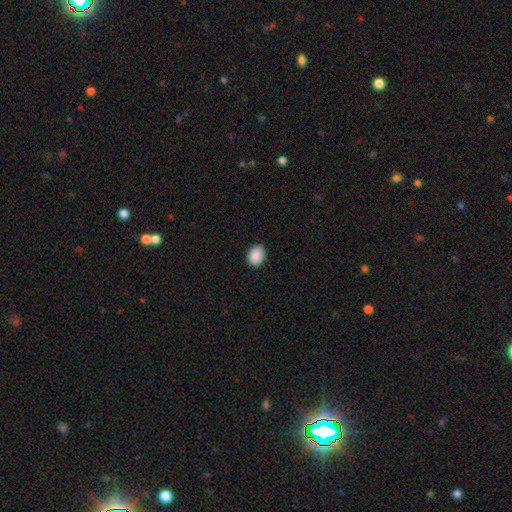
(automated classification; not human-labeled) The model was most divided on "how rounded": in between: 61%, round: 38%, cigar-shaped: 1%. More confident: smooth or featured — smooth (90%); merging — none (90%).